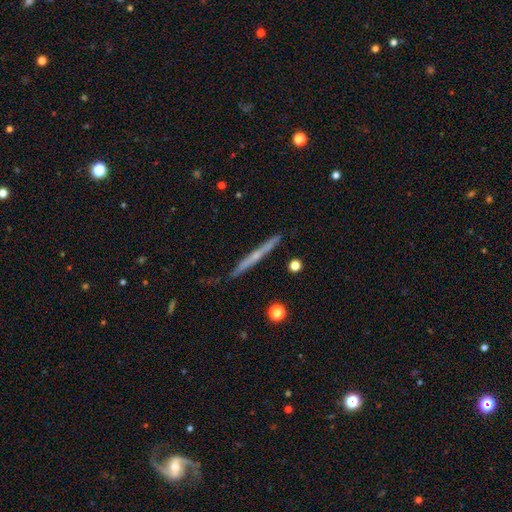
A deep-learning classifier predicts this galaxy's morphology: The model was most divided on "edge-on bulge": none: 57%, rounded: 39%, boxy: 4%. More confident: edge-on disk — yes (96%); merging — none (79%); smooth or featured — featured or disk (61%).